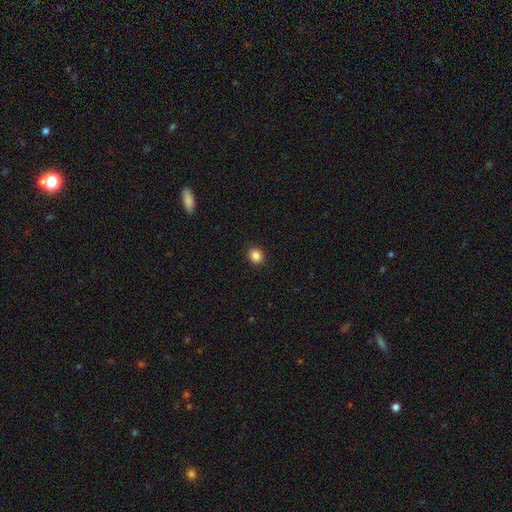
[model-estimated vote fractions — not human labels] Smooth or featured: smooth — 86% (star or artifact — 10%)
How rounded: round — 75% (in between — 24%)
Merging: none — 92% (minor disturbance — 5%)